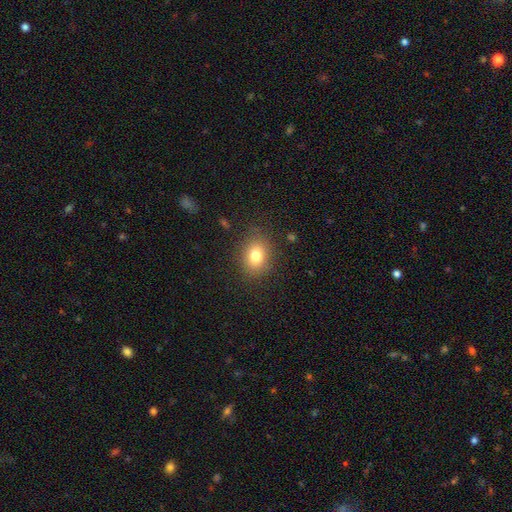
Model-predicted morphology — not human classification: This is likely a smooth galaxy (79%). How rounded: likely in between (61%). Merging: clearly none (84%).